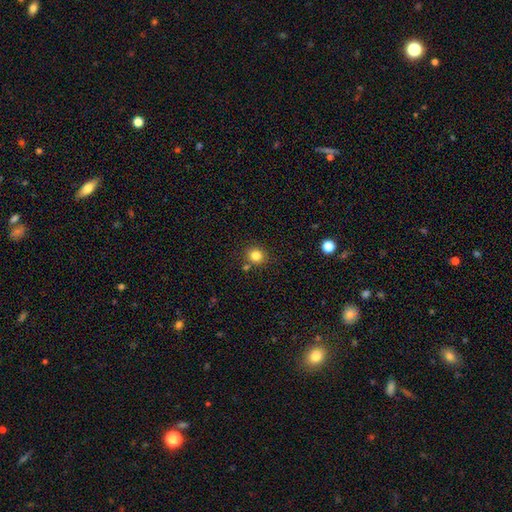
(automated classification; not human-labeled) Overall: smooth (82%). How rounded: round (89%). Merging: none (84%).